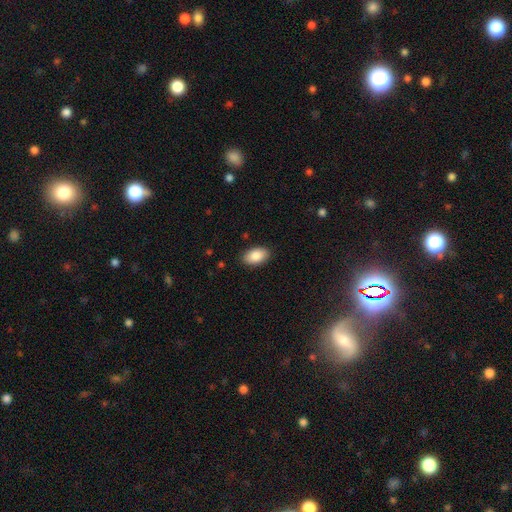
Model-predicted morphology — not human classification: A smooth galaxy with no disk features (87%) that is in between round and cigar-shaped (94%). Merging: none (88%).